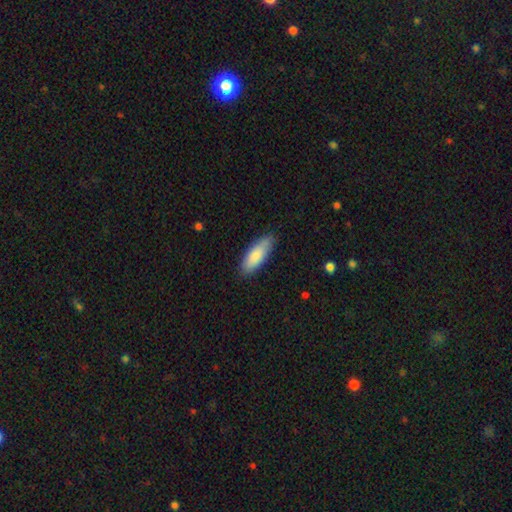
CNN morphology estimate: Q: Smooth or featured?
A: smooth (83%); runner-up: featured or disk (12%)
Q: How rounded?
A: in between (67%); runner-up: cigar-shaped (32%)
Q: Merging?
A: none (84%); runner-up: minor disturbance (13%)